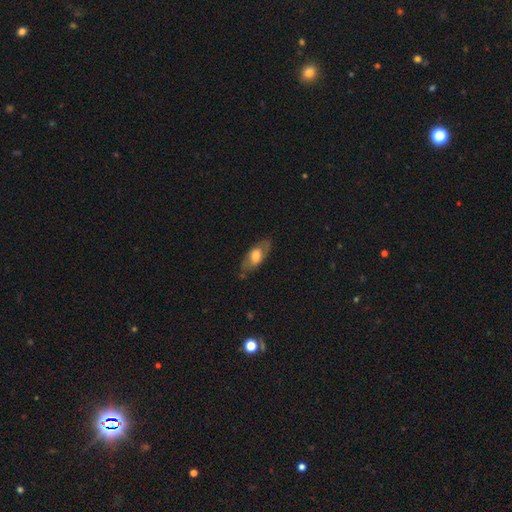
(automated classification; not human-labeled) This appears to be a smooth galaxy with no disk features (56%) that is in between round and cigar-shaped (82%). Merging: none (75%).